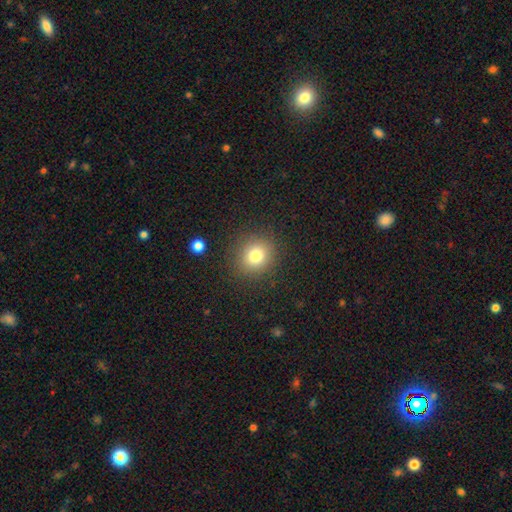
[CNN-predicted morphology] type=smooth (78%); roundness=round (84%); merging=none (88%).